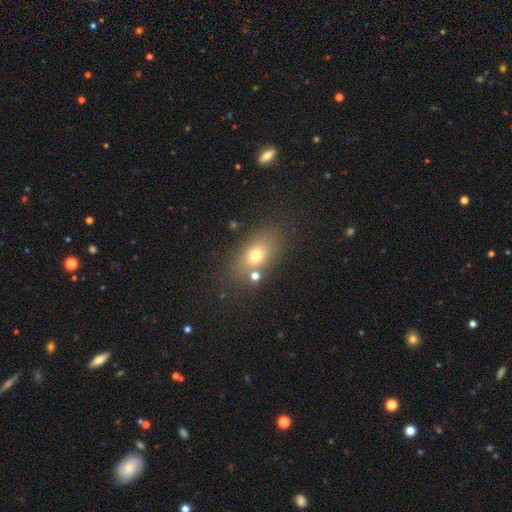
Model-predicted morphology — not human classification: Smooth or featured? Predicted: smooth (p=0.71). How rounded? Predicted: in between (p=0.80). Merging? Predicted: none (p=0.75).